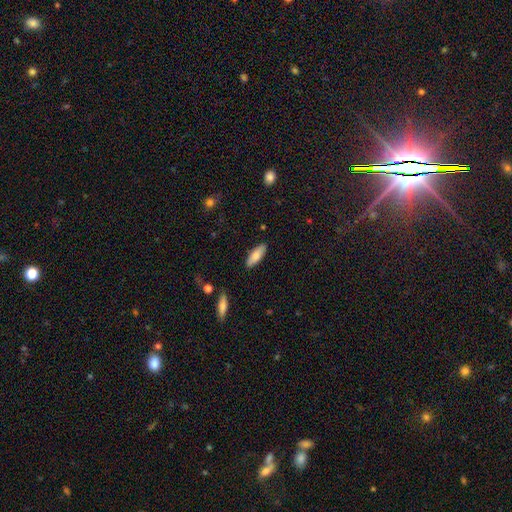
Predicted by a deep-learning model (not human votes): Morphology: type=smooth (82%); roundness=in between (66%); merging=none (87%).